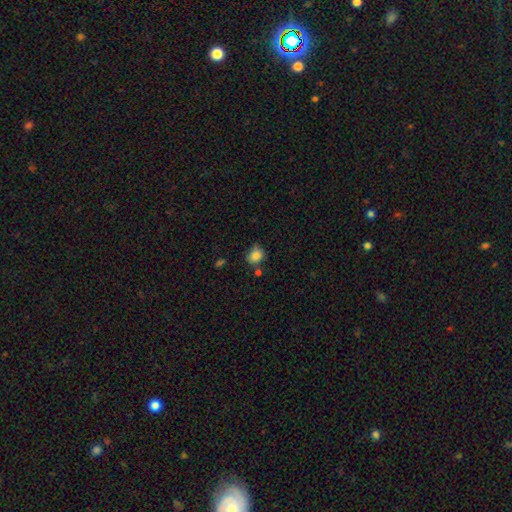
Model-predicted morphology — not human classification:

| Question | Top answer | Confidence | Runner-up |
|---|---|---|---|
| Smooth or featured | smooth | 84% | star or artifact (10%) |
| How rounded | round | 62% | in between (37%) |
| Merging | none | 60% | minor disturbance (27%) |